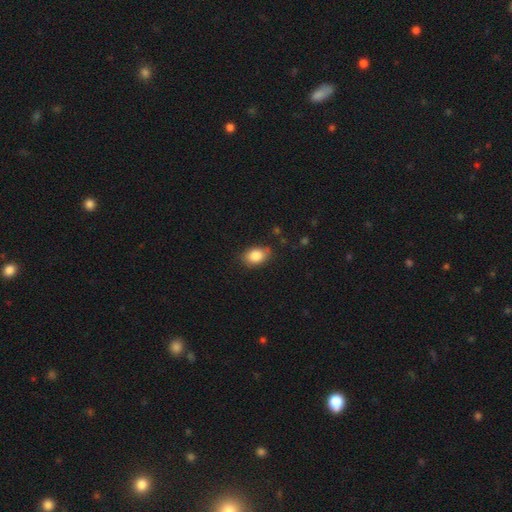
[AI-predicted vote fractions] A smooth galaxy with no disk features (86%) that is in between round and cigar-shaped (82%). Merging: none (79%).